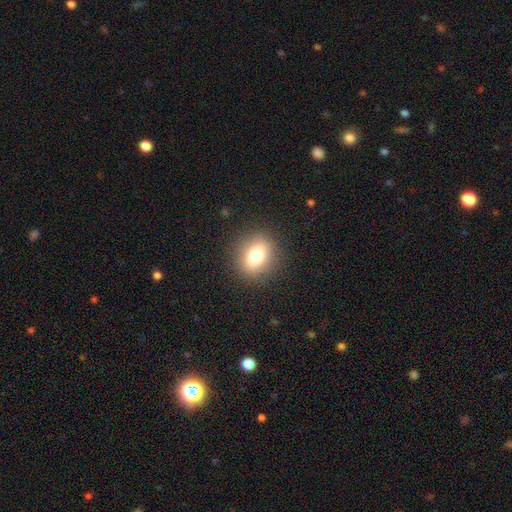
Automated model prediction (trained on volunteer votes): smooth-or-featured: smooth: 73% | featured or disk: 15% | star or artifact: 12%
  how-rounded: round: 58% | in between: 40% | cigar-shaped: 2%
  merging: none: 88% | minor disturbance: 8% | major disturbance: 3% | merger: 1%